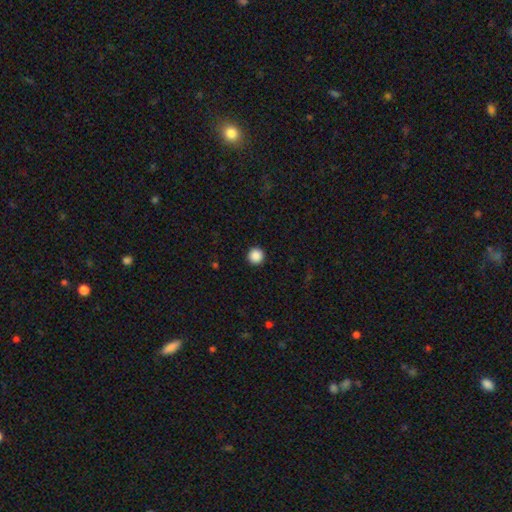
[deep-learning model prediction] Smooth or featured? smooth (88%)
How rounded? round (97%)
Merging? none (94%)